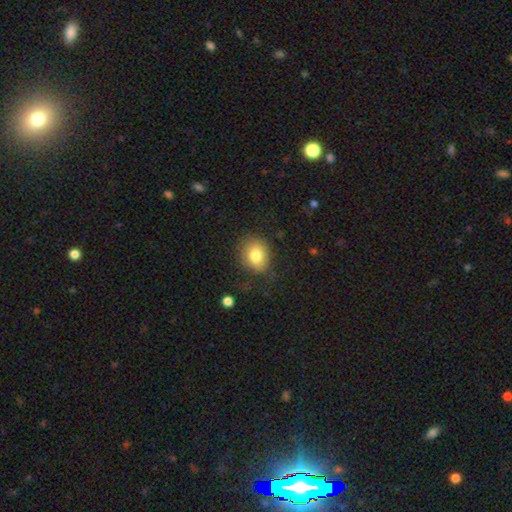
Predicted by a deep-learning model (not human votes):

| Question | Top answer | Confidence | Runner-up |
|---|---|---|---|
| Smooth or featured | smooth | 80% | featured or disk (11%) |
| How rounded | round | 59% | in between (40%) |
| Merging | none | 72% | minor disturbance (19%) |